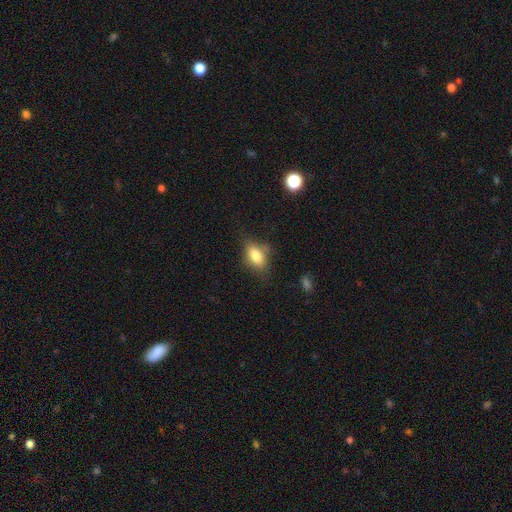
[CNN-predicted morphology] smooth_or_featured: smooth (p=0.78) [alt: featured or disk p=0.13]
how_rounded: in between (p=0.85) [alt: round p=0.10]
merging: none (p=0.65) [alt: minor disturbance p=0.24]